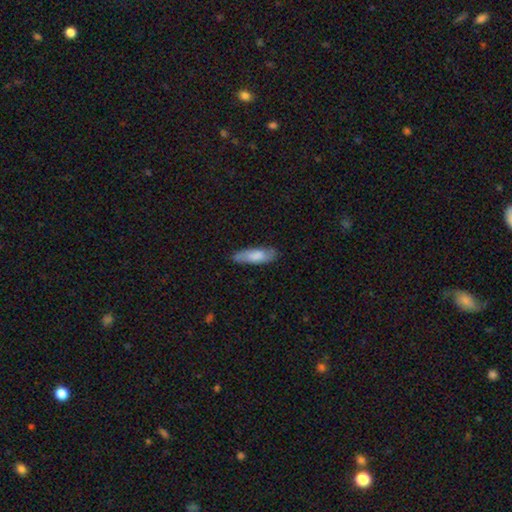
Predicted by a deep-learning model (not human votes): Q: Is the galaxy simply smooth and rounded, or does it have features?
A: smooth — 74%.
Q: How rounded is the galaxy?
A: in between — 58%.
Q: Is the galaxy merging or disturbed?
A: none — 77%.